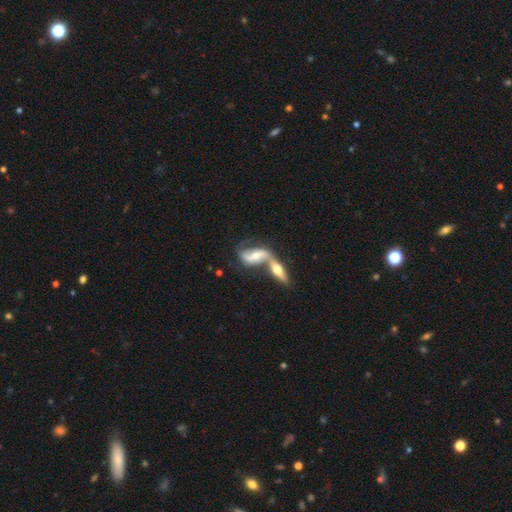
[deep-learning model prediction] A featured or disk galaxy (79%) with a weak bar (37%), 2 (88%) loose (62%) spiral arms (91%) and a moderate central bulge (56%). Merging: merger (61%).